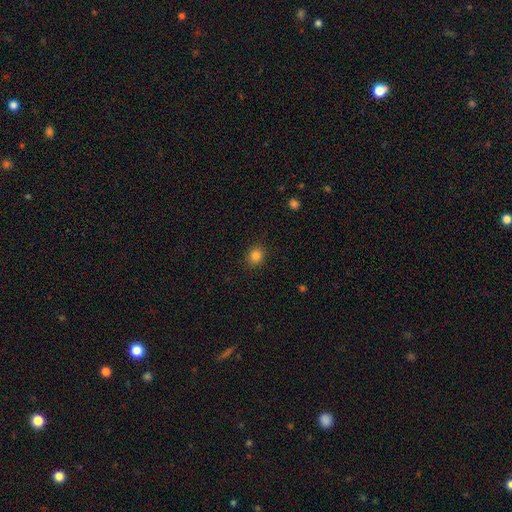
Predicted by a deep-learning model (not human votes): Q: Smooth or featured?
A: smooth (83%); runner-up: star or artifact (12%)
Q: How rounded?
A: round (74%); runner-up: in between (25%)
Q: Merging?
A: none (90%); runner-up: minor disturbance (7%)